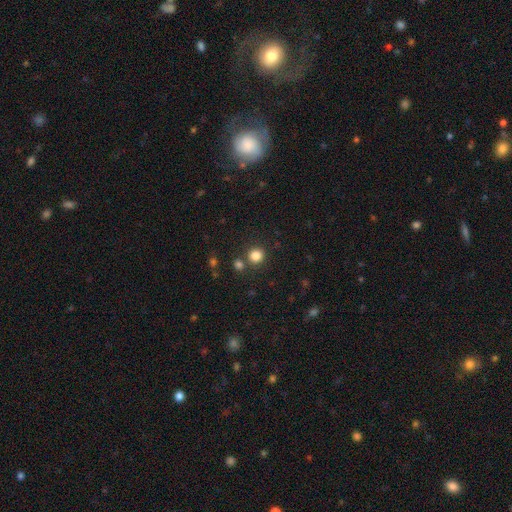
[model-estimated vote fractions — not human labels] smooth_or_featured: smooth (p=0.83) [alt: star or artifact p=0.13]
how_rounded: round (p=0.90) [alt: in between p=0.09]
merging: none (p=0.80) [alt: merger p=0.11]